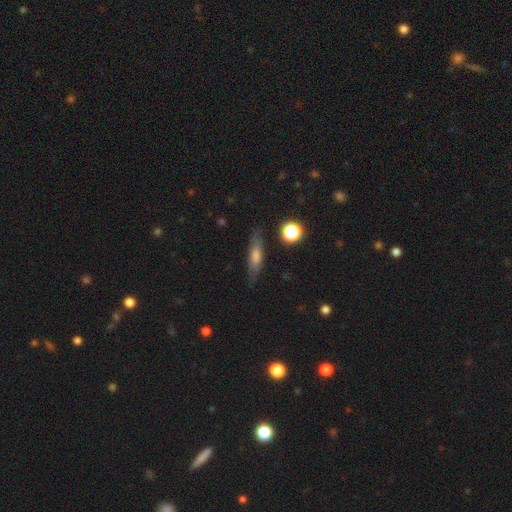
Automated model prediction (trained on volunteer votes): Smooth or featured? smooth (52%)
How rounded? cigar-shaped (70%)
Merging? none (83%)